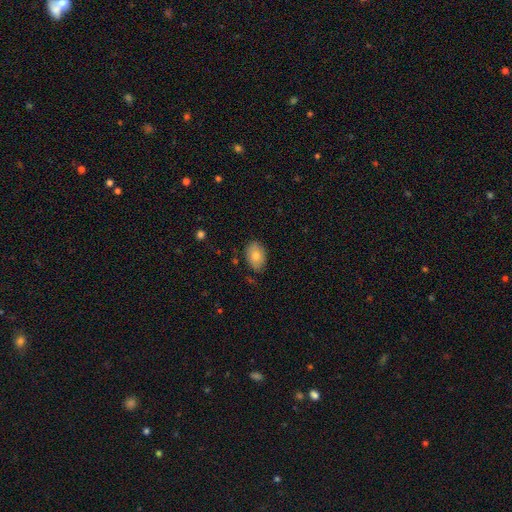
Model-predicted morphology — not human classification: A smooth galaxy with no disk features (77%) that is in between round and cigar-shaped (84%). Merging: none (79%).